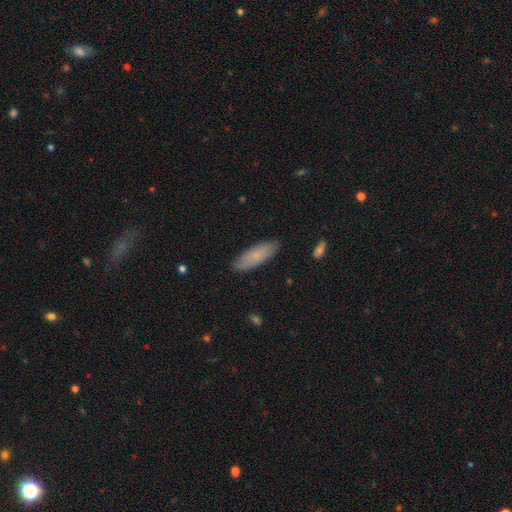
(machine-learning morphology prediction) Smooth or featured: smooth — 77% (featured or disk — 17%)
How rounded: in between — 56% (cigar-shaped — 42%)
Merging: none — 87% (minor disturbance — 10%)